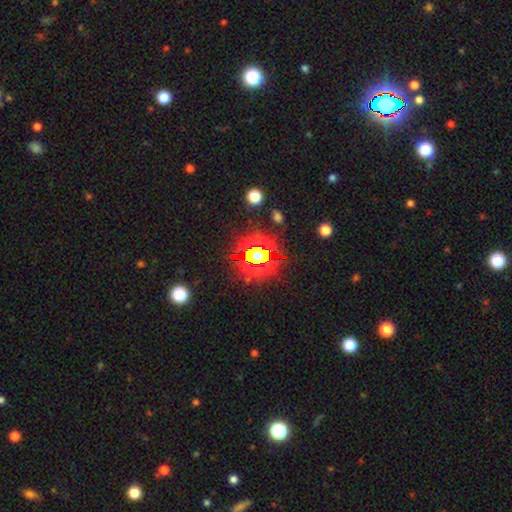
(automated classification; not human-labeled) A star or artifact, not a galaxy (66%).

Vote fractions:
- Smooth or featured? star or artifact: 66% / smooth: 23% / featured or disk: 11%